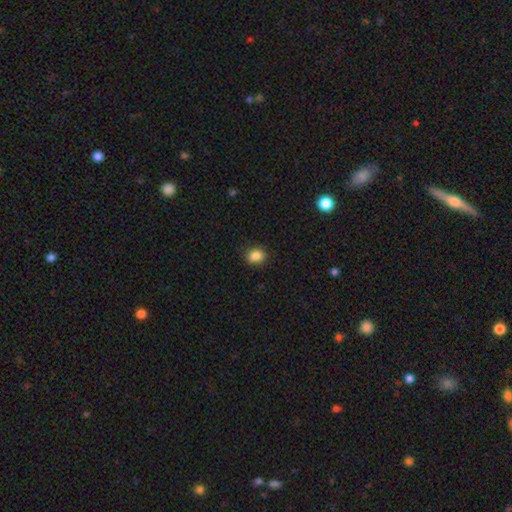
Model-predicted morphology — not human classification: Smooth or featured? Predicted: smooth (p=0.86). How rounded? Predicted: round (p=0.57). Merging? Predicted: none (p=0.87).